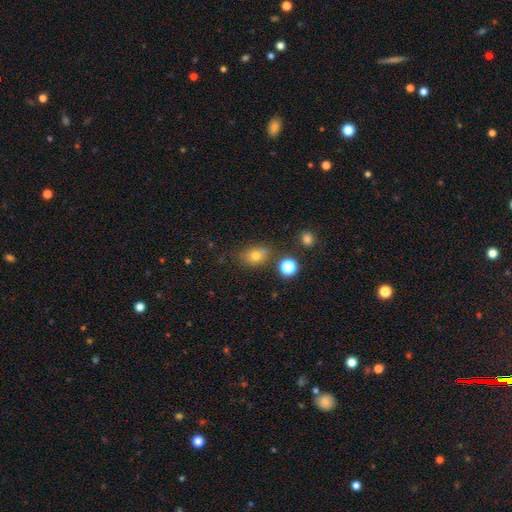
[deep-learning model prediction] Overall: smooth (75%). How rounded: in between (53%; round 46%). Merging: none (68%).